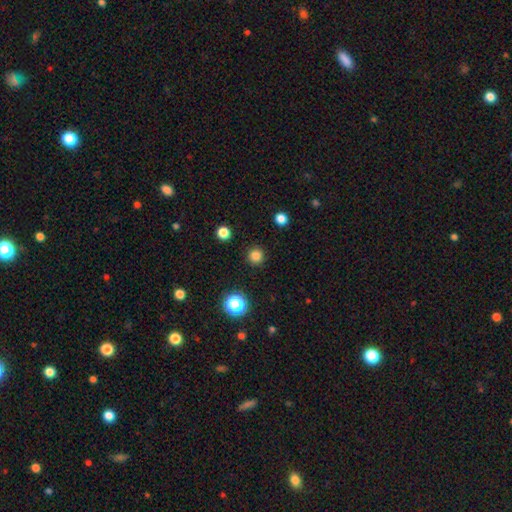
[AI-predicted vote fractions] This is clearly a smooth galaxy (81%). How rounded: clearly round (95%). Merging: clearly none (92%).